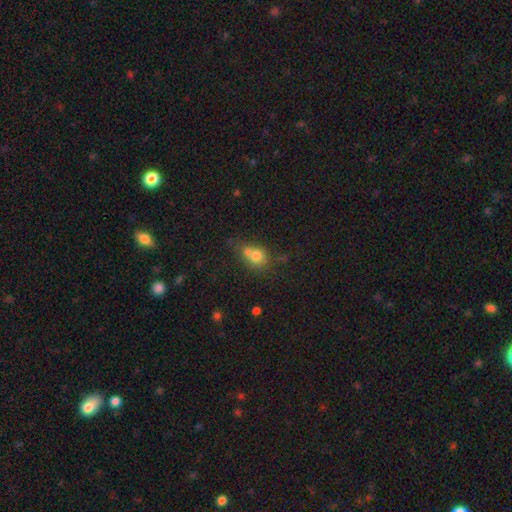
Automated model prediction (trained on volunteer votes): This is likely a smooth galaxy (72%). How rounded: likely round (73%). Merging: possibly merger (56%).